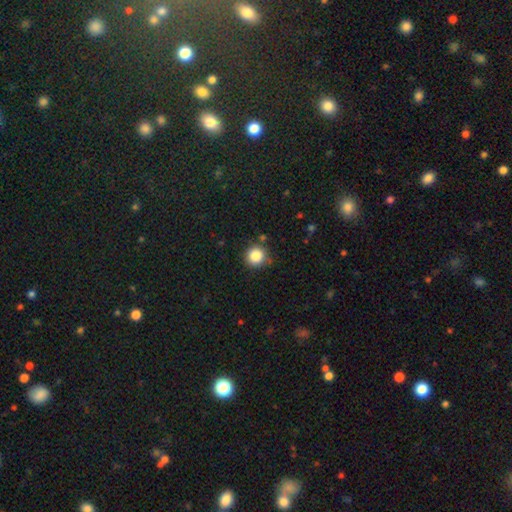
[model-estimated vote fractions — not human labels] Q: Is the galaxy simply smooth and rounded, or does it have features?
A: smooth — 85%.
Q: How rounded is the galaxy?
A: round — 94%.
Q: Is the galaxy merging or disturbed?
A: none — 84%.